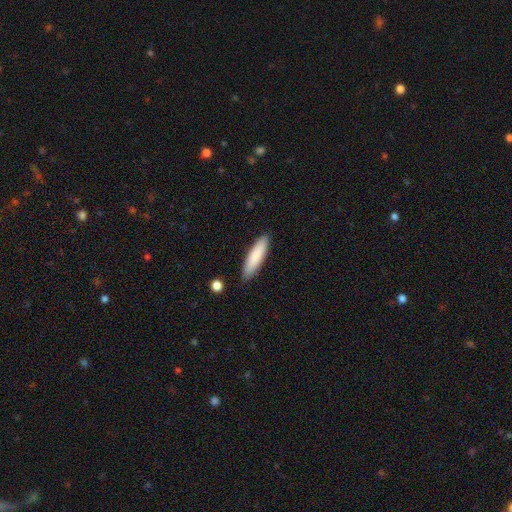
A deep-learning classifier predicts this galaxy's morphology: A smooth galaxy with no disk features (84%) that is cigar-shaped (72%). Merging: none (87%).